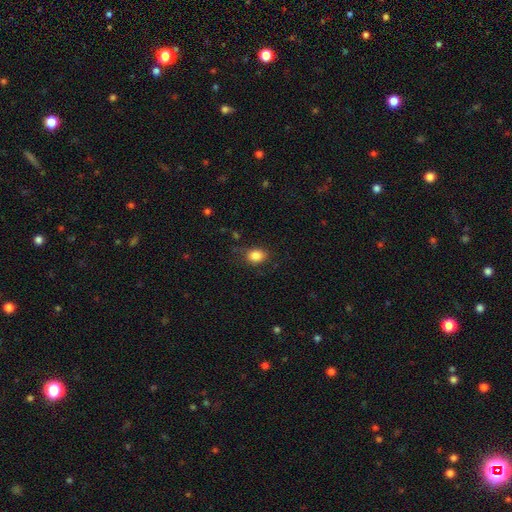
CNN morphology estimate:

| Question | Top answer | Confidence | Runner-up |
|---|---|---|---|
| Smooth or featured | smooth | 85% | star or artifact (10%) |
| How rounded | in between | 57% | round (42%) |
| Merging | none | 75% | minor disturbance (18%) |